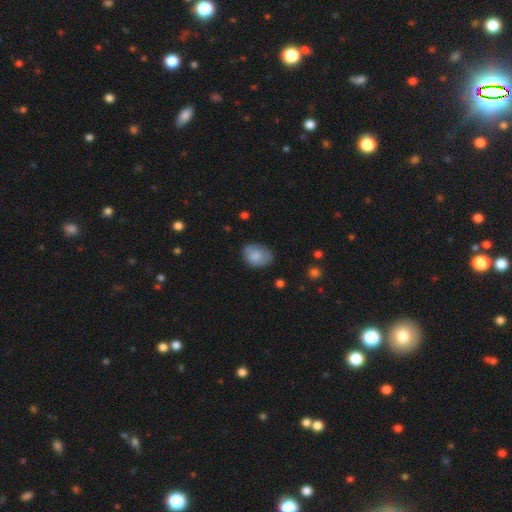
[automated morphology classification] Smooth or featured?
  - smooth: 81% *
  - featured or disk: 12%
  - star or artifact: 7%
How rounded?
  - in between: 70% *
  - round: 29%
  - cigar-shaped: 1%
Merging?
  - none: 70% *
  - minor disturbance: 23%
  - major disturbance: 5%
  - merger: 2%